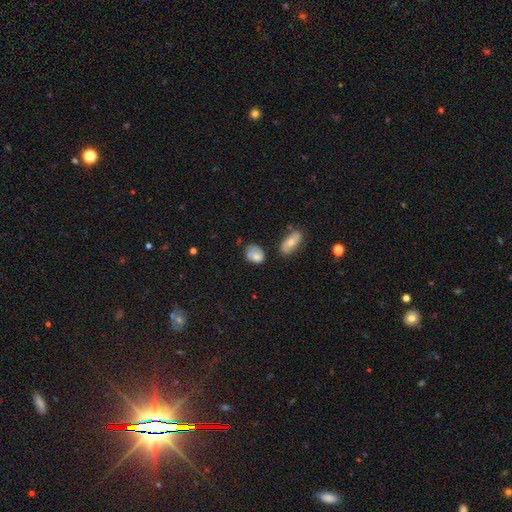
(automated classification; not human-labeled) This appears to be a smooth galaxy with no disk features (75%) that is in between round and cigar-shaped (67%). Merging: none (45%).